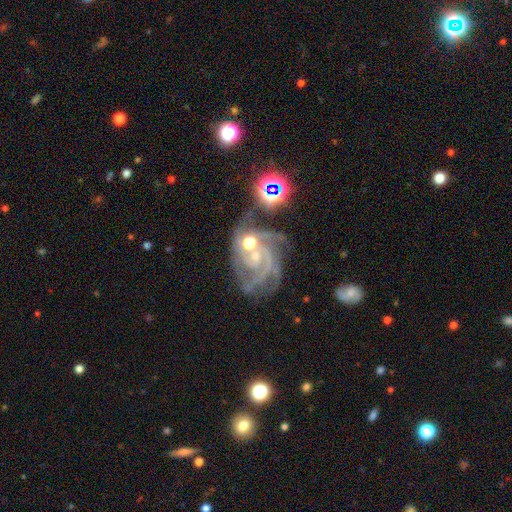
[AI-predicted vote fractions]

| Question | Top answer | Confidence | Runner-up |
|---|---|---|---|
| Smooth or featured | featured or disk | 85% | star or artifact (11%) |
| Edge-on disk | no | 98% | yes (2%) |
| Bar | no | 62% | weak (29%) |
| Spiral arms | yes | 97% | no (3%) |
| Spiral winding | tight | 57% | medium (36%) |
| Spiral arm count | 3 | 37% | 4 (19%) |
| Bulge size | small | 55% | moderate (35%) |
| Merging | none | 47% | minor disturbance (19%) |